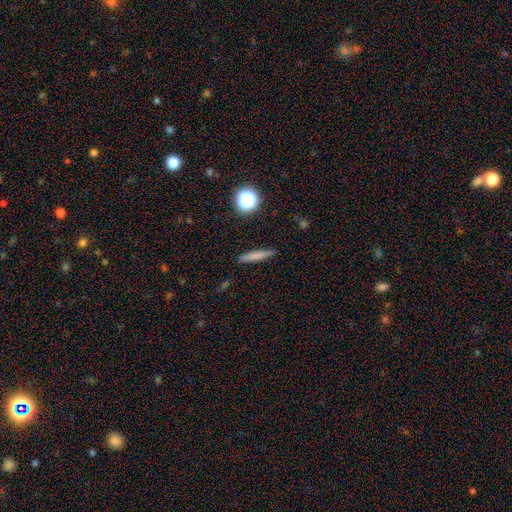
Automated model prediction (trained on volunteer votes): The model was most divided on "smooth or featured": smooth: 72%, featured or disk: 19%, star or artifact: 10%. More confident: how rounded — cigar-shaped (91%); merging — none (89%).